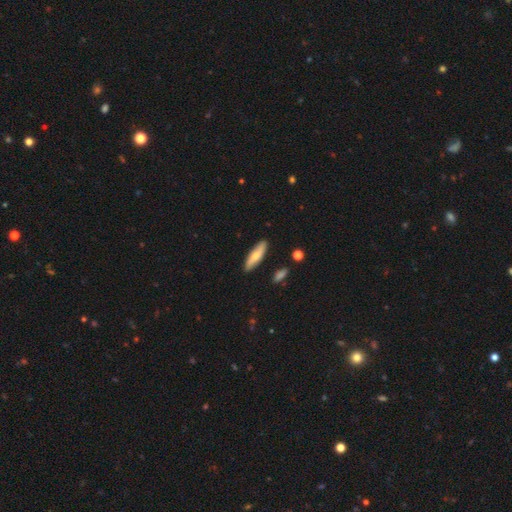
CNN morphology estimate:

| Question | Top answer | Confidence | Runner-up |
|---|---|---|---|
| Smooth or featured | smooth | 66% | featured or disk (28%) |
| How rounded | cigar-shaped | 64% | in between (34%) |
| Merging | none | 87% | minor disturbance (9%) |